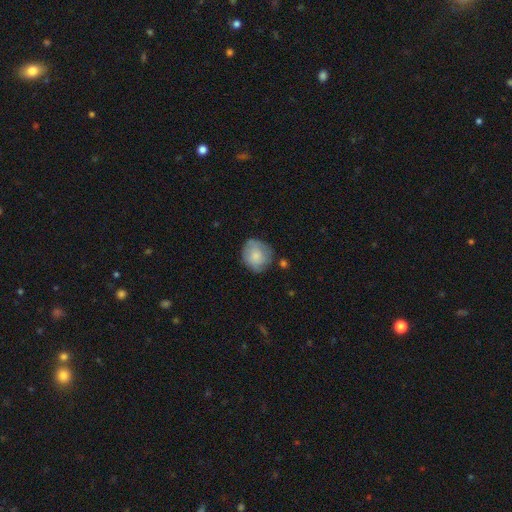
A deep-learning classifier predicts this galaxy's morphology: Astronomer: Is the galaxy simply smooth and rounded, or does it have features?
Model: smooth — 70%.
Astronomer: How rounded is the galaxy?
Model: round — 80%.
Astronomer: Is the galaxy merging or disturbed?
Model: none — 67%.